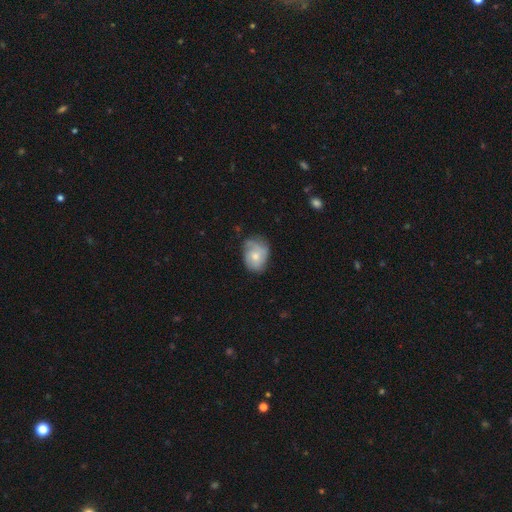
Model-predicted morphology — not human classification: The model was most divided on "smooth or featured": smooth: 53%, featured or disk: 40%, star or artifact: 7%. More confident: how rounded — in between (61%); merging — none (50%).